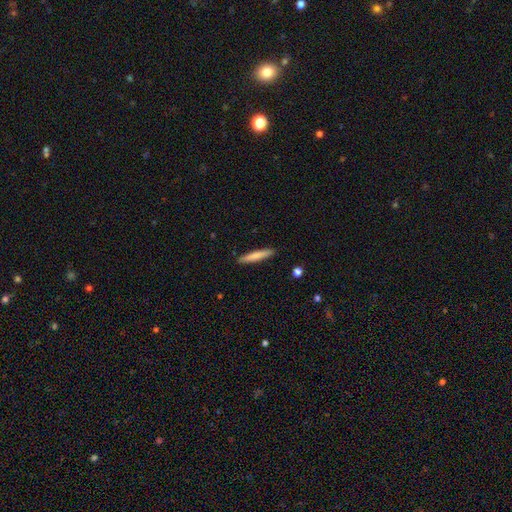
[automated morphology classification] Q: Smooth or featured?
A: smooth (75%); runner-up: featured or disk (20%)
Q: How rounded?
A: cigar-shaped (94%); runner-up: in between (5%)
Q: Merging?
A: none (90%); runner-up: minor disturbance (7%)